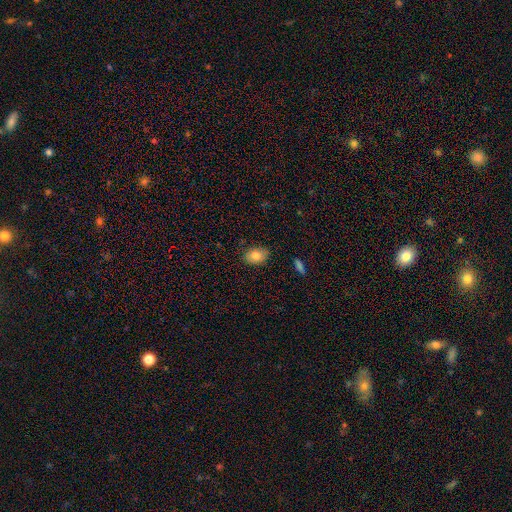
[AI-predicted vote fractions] smooth 82%, featured or disk 9%, star or artifact 8%. Down the decision tree: how rounded — in between (78%); merging — none (82%).